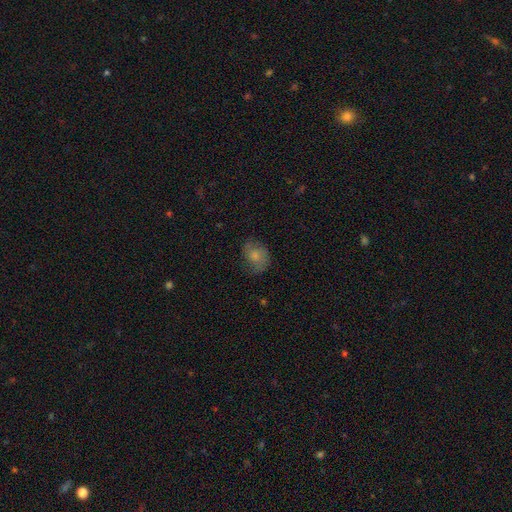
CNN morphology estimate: The model was most divided on "how rounded": in between: 51%, round: 48%, cigar-shaped: 1%. More confident: smooth or featured — smooth (69%); merging — none (63%).